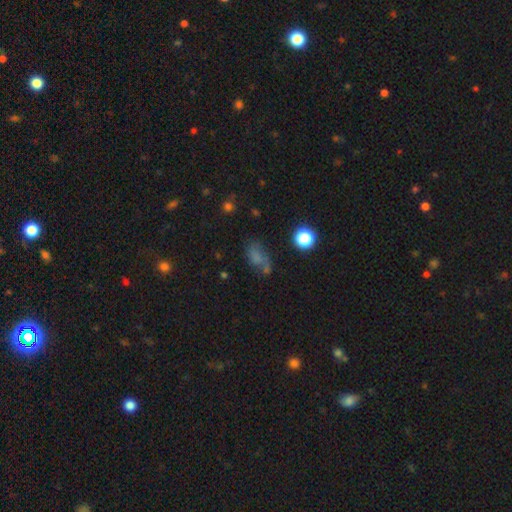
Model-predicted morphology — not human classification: Smooth or featured? Predicted: smooth (p=0.55). How rounded? Predicted: in between (p=0.71). Merging? Predicted: none (p=0.50).